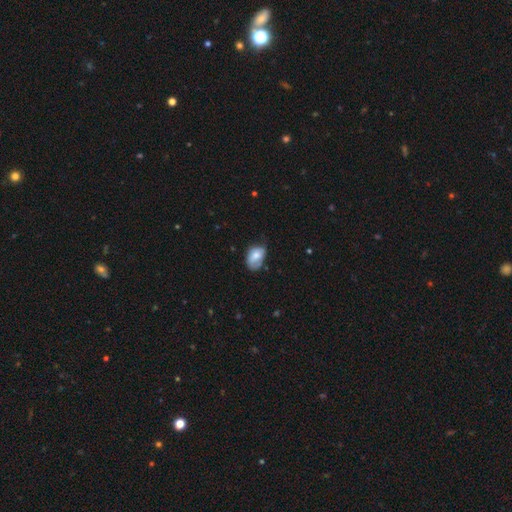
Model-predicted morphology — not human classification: Overall: smooth (61%; featured or disk 31%). How rounded: in between (84%). Merging: minor disturbance (40%; none 39%).